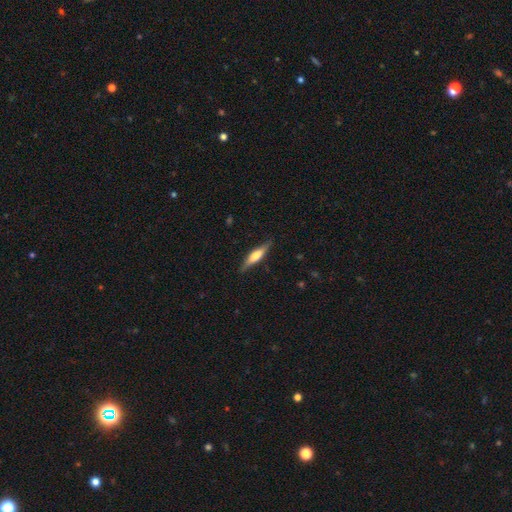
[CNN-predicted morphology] The model was most divided on "smooth or featured": featured or disk: 52%, smooth: 42%, star or artifact: 6%. More confident: edge-on disk — yes (95%); merging — none (86%).